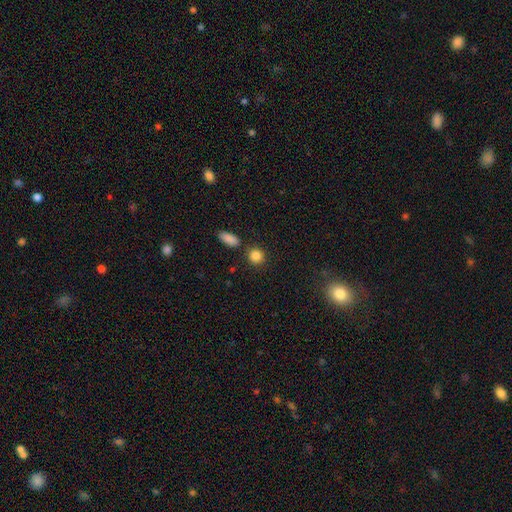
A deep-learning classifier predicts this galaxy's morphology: smooth-or-featured: smooth: 86% | star or artifact: 9% | featured or disk: 4%
  how-rounded: round: 83% | in between: 15% | cigar-shaped: 2%
  merging: none: 81% | minor disturbance: 8% | merger: 8% | major disturbance: 3%